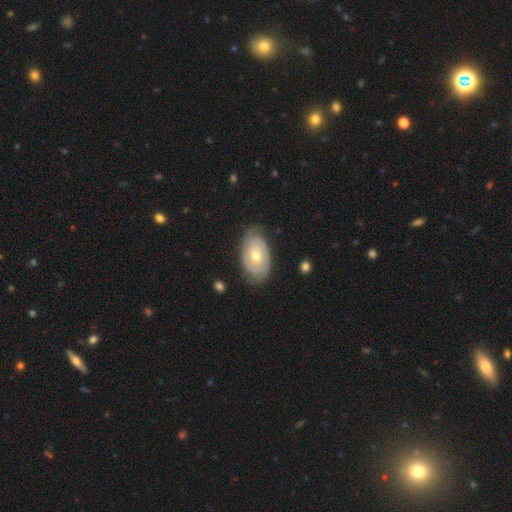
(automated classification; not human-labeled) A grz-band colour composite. It shows a featured or disk galaxy (70%) with no bar (77%), 2 (58%) tight (67%) spiral arms (85%) and a moderate central bulge (66%). Merging: none (75%).